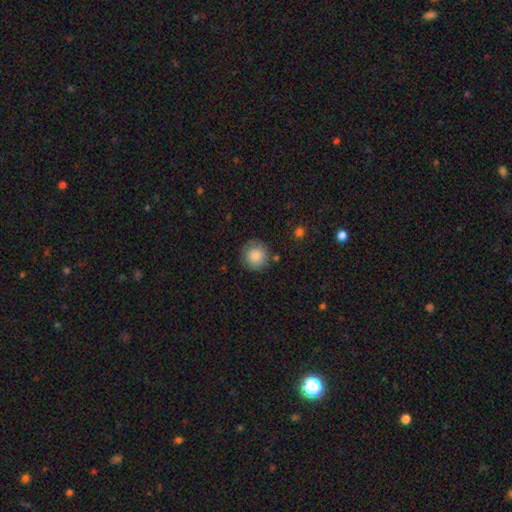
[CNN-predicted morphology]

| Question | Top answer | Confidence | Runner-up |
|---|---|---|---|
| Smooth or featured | smooth | 86% | star or artifact (8%) |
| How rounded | round | 94% | in between (5%) |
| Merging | none | 82% | minor disturbance (12%) |